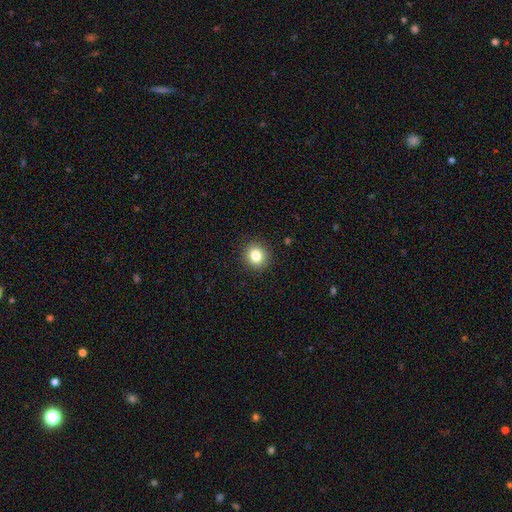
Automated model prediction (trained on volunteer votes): A smooth galaxy with no disk features (83%) that is round (88%). Merging: none (91%).